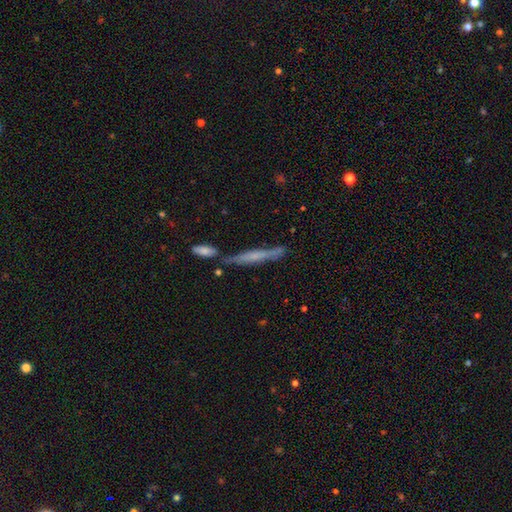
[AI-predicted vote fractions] This is possibly a featured or disk galaxy (49%). Merging: likely none (62%).